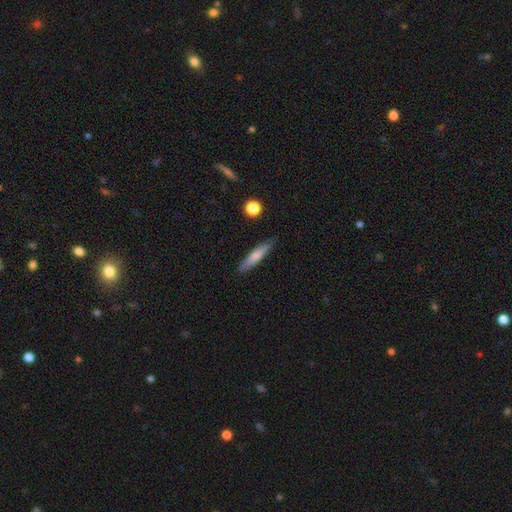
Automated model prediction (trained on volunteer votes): This appears to be a smooth galaxy with no disk features (71%) that is cigar-shaped (85%). Merging: none (84%).